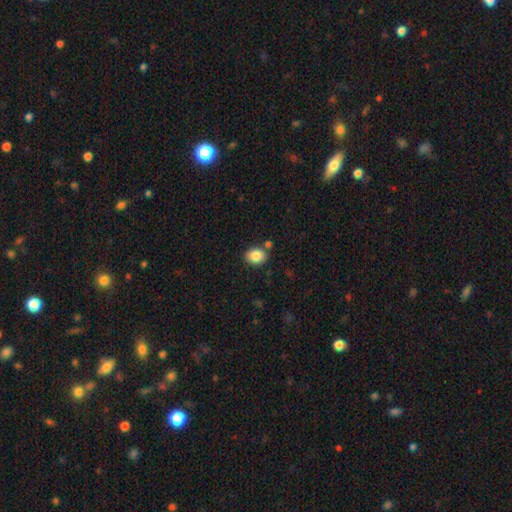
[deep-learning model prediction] smooth-or-featured: smooth: 86% | star or artifact: 8% | featured or disk: 6%
  how-rounded: in between: 64% | round: 35% | cigar-shaped: 1%
  merging: none: 79% | minor disturbance: 11% | merger: 7% | major disturbance: 3%